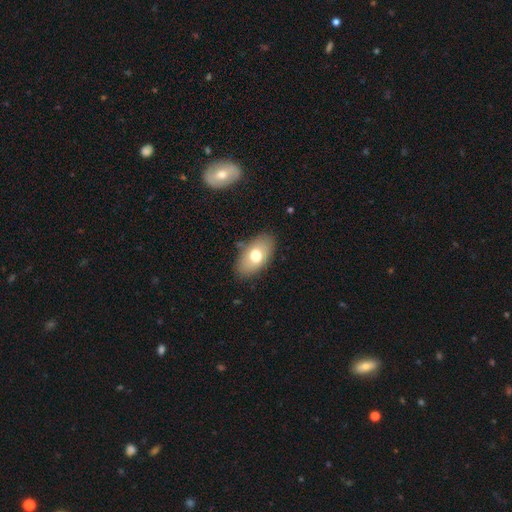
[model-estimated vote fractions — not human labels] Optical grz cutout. It shows a smooth galaxy with no disk features (69%) that is in between round and cigar-shaped (92%). Merging: none (81%).